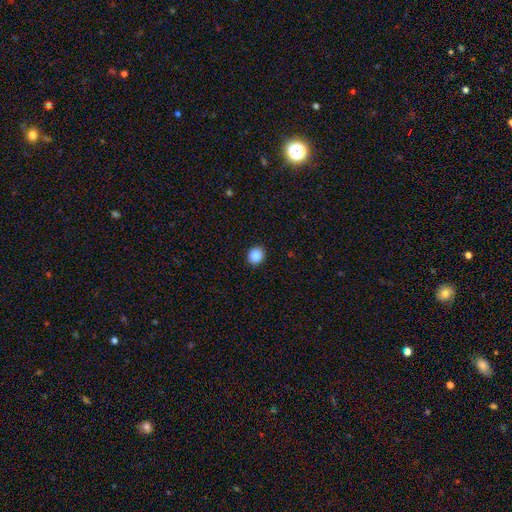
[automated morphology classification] A smooth galaxy with no disk features (88%) that is round (81%).

Vote fractions:
- Smooth or featured? smooth: 88% / star or artifact: 9% / featured or disk: 3%
- How rounded? round: 81% / in between: 19% / cigar-shaped: 1%
- Merging? none: 90% / minor disturbance: 7% / major disturbance: 2% / merger: 1%